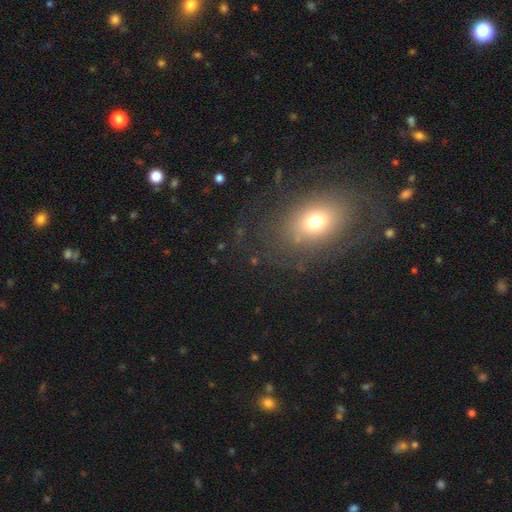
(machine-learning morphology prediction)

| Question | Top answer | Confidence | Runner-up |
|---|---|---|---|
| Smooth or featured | smooth | 63% | star or artifact (20%) |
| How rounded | in between | 75% | round (23%) |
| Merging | none | 85% | minor disturbance (9%) |